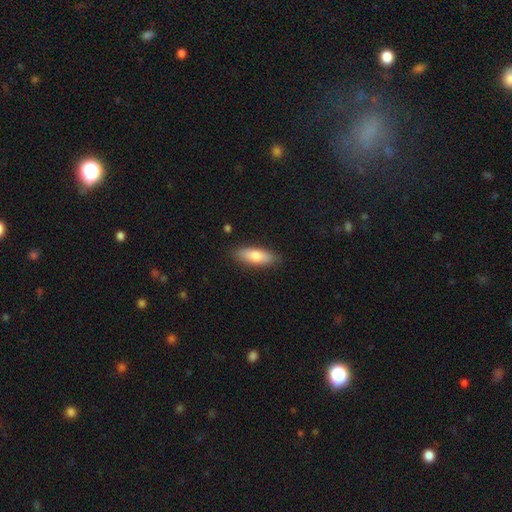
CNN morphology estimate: Q: Smooth or featured?
A: smooth (75%); runner-up: featured or disk (19%)
Q: How rounded?
A: in between (67%); runner-up: cigar-shaped (31%)
Q: Merging?
A: none (86%); runner-up: minor disturbance (11%)